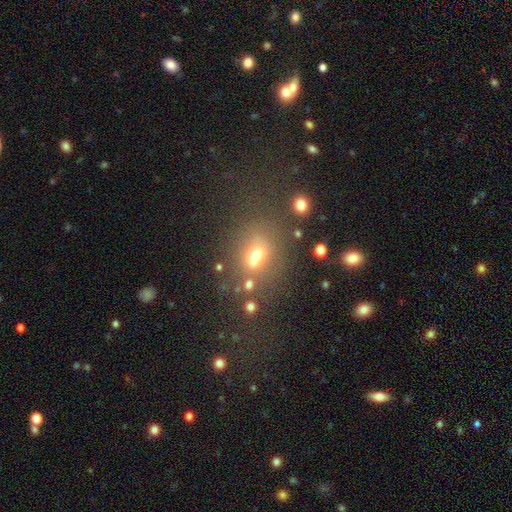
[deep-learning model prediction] This appears to be a smooth galaxy with no disk features (58%) that is round (51%). Merging: none (51%).